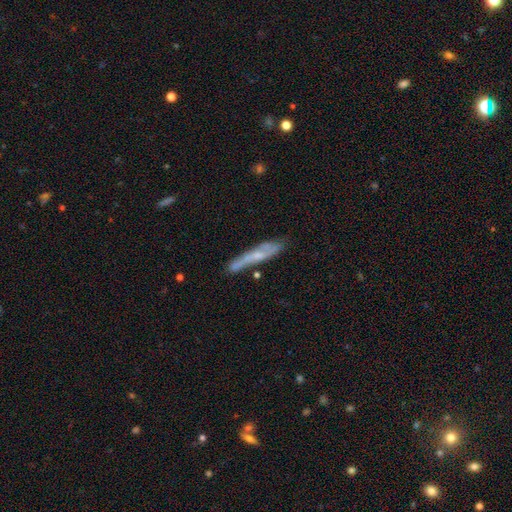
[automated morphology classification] Smooth or featured? featured or disk (57%)
Edge-on disk? yes (63%)
Merging? none (64%)